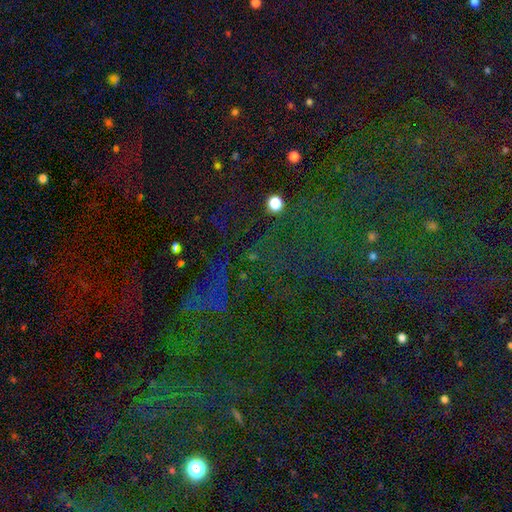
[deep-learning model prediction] This appears to be a star or artifact, not a galaxy (79%).